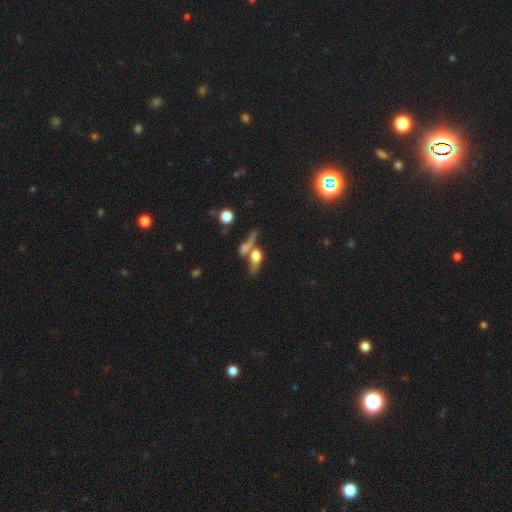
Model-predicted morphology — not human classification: Q: Smooth or featured?
A: featured or disk (52%); runner-up: smooth (36%)
Q: Edge-on disk?
A: yes (75%); runner-up: no (25%)
Q: Merging?
A: none (40%); runner-up: merger (38%)